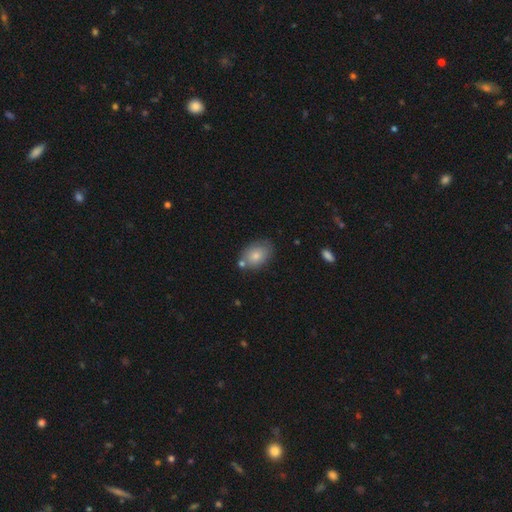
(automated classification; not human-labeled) Smooth or featured? smooth (80%)
How rounded? in between (81%)
Merging? none (68%)